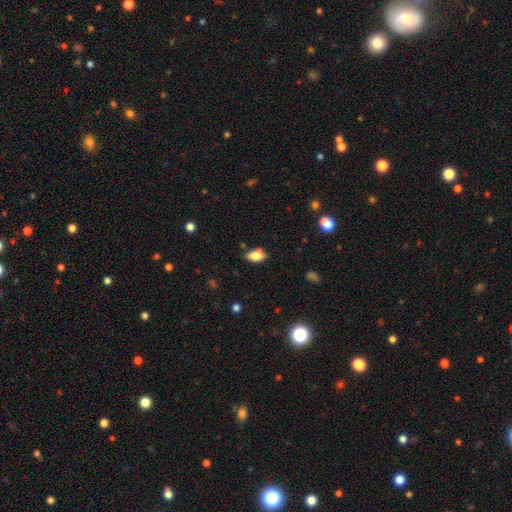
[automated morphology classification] This appears to be a smooth galaxy with no disk features (79%) that is in between round and cigar-shaped (89%). Merging: none (72%).